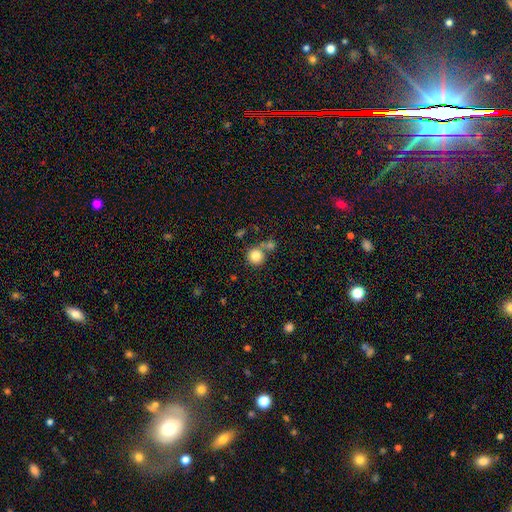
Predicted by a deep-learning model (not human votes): Smooth or featured? Predicted: smooth (p=0.82). How rounded? Predicted: round (p=0.92). Merging? Predicted: none (p=0.65).